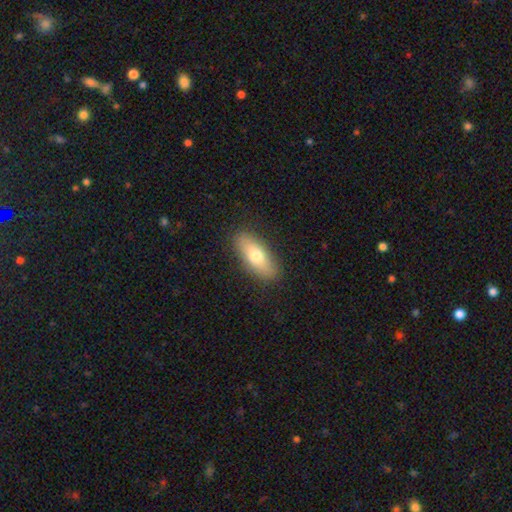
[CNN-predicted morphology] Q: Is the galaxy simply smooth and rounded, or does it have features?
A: smooth — 71%.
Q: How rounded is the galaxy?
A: in between — 73%.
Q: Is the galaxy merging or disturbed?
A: none — 88%.